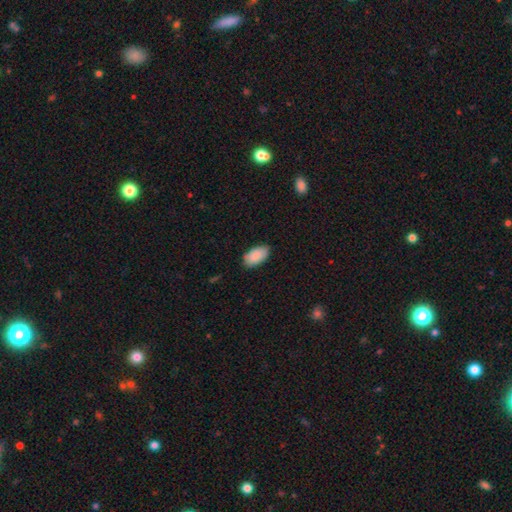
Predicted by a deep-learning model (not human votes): Smooth or featured? Predicted: smooth (p=0.89). How rounded? Predicted: in between (p=0.95). Merging? Predicted: none (p=0.84).